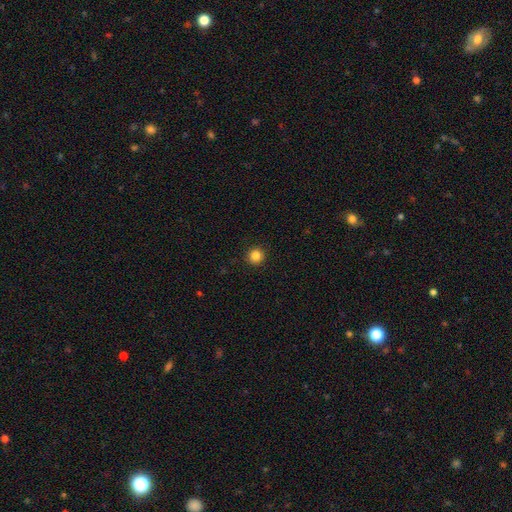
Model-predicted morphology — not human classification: Smooth or featured? smooth (85%)
How rounded? round (95%)
Merging? none (93%)